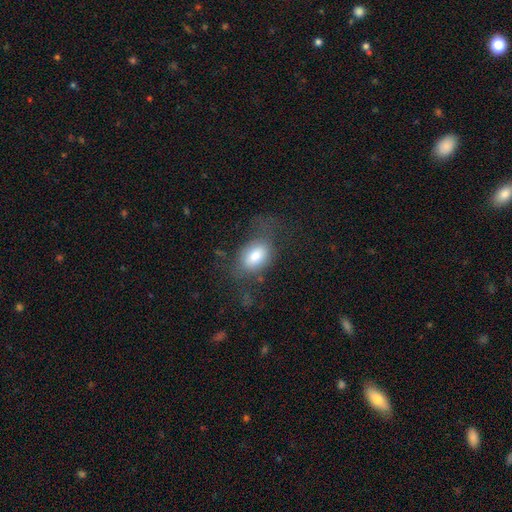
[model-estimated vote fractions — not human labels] smooth-or-featured: smooth: 74% | featured or disk: 17% | star or artifact: 9%
  how-rounded: in between: 81% | round: 17% | cigar-shaped: 2%
  merging: none: 50% | minor disturbance: 24% | major disturbance: 24% | merger: 2%